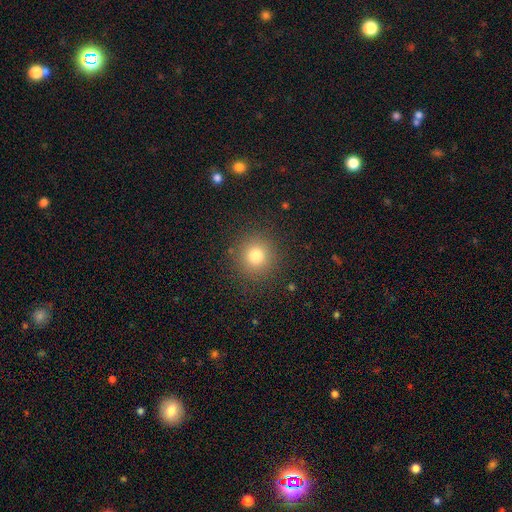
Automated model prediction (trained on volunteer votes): Smooth or featured? Predicted: smooth (p=0.77). How rounded? Predicted: round (p=0.94). Merging? Predicted: none (p=0.89).